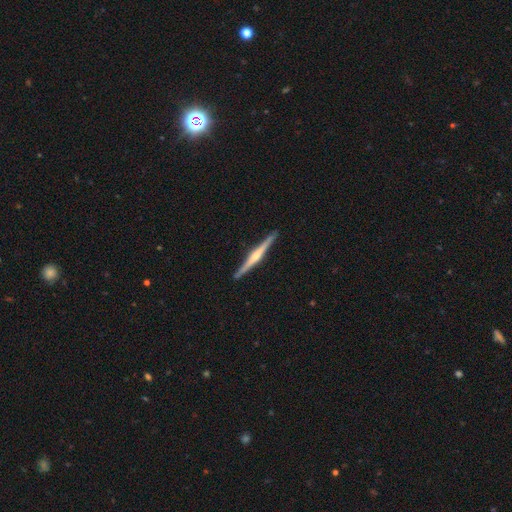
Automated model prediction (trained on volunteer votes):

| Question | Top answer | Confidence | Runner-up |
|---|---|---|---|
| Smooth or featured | featured or disk | 80% | smooth (15%) |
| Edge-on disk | yes | 98% | no (2%) |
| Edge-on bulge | rounded | 78% | boxy (12%) |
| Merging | none | 91% | minor disturbance (6%) |